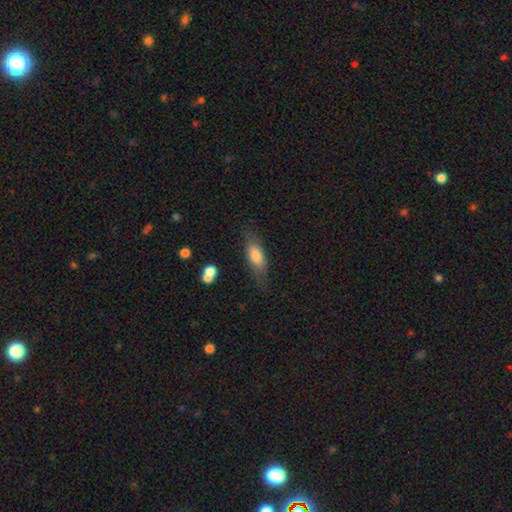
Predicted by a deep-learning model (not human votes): Smooth or featured? smooth (69%)
How rounded? in between (64%)
Merging? none (69%)